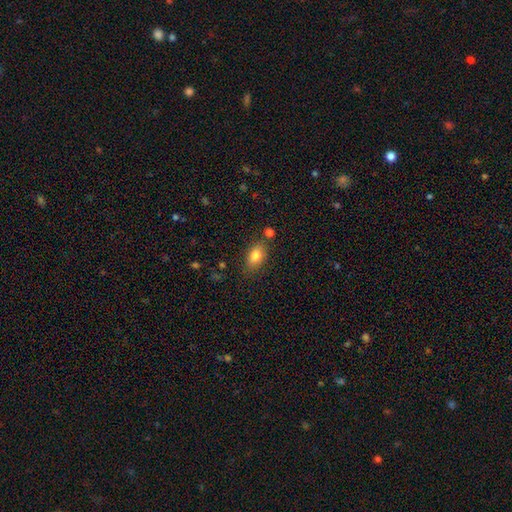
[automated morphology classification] type=smooth (82%); roundness=in between (84%); merging=none (78%).